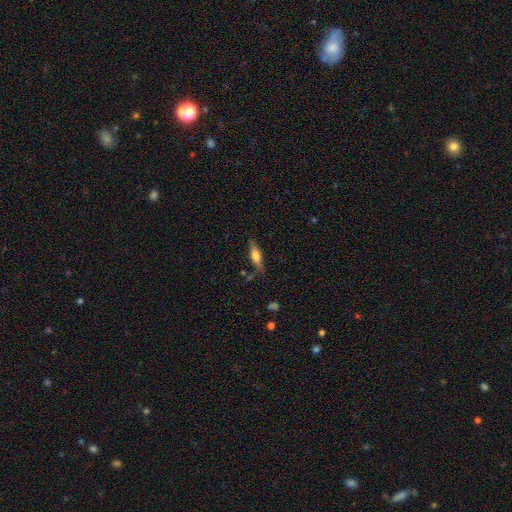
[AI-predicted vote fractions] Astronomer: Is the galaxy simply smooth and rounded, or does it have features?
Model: featured or disk — 52% (runner-up: smooth, 41%).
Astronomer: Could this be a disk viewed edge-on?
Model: yes — 93%.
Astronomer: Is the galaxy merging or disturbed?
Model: none — 80%.